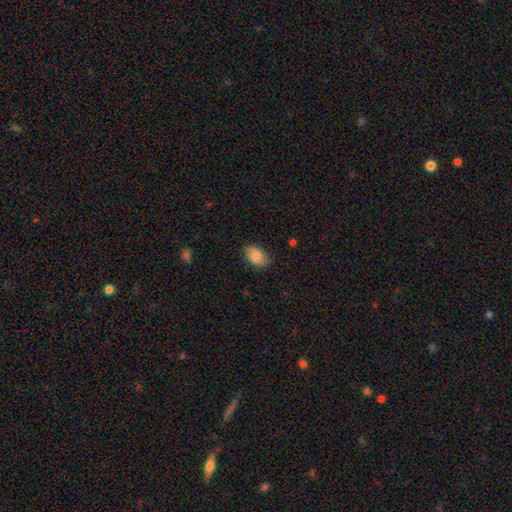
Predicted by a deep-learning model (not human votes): smooth_or_featured: smooth (p=0.81) [alt: featured or disk p=0.11]
how_rounded: in between (p=0.89) [alt: round p=0.10]
merging: none (p=0.81) [alt: minor disturbance p=0.15]